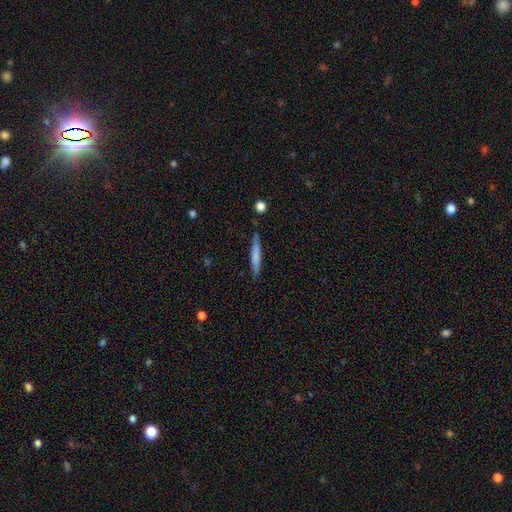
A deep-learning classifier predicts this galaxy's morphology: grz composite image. It shows a smooth galaxy with no disk features (67%) that is cigar-shaped (94%). Merging: none (85%).